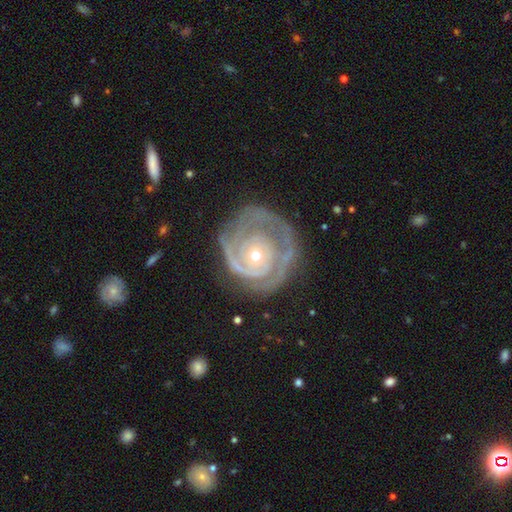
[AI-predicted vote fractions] Overall: featured or disk (86%). Edge-on disk: no (97%). Bar: no (80%). Spiral arms: yes (91%). Spiral arm count: 2 (32%; can't tell 26%). Spiral winding: tight (76%). Bulge size: small (58%; moderate 38%). Merging: none (64%).